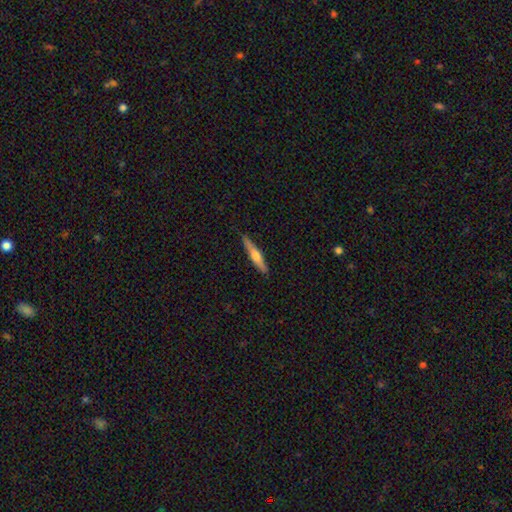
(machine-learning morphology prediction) This is possibly a featured or disk galaxy (48%). Merging: clearly none (84%).